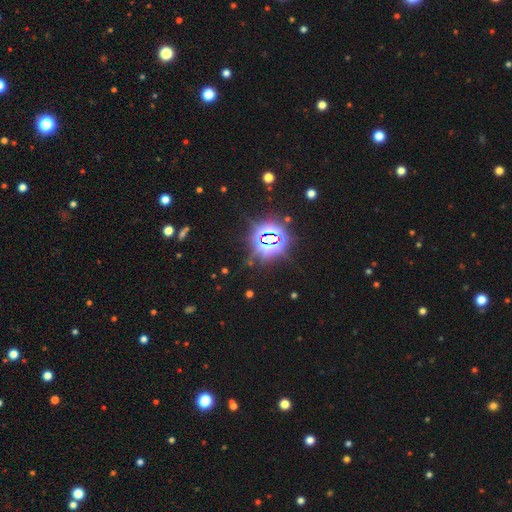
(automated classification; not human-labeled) The model was most divided on "smooth or featured": star or artifact: 84%, smooth: 10%, featured or disk: 6%.